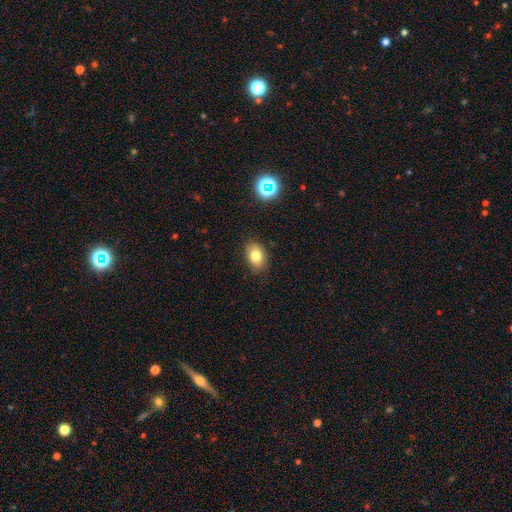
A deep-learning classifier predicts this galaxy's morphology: smooth-or-featured: smooth: 78% | star or artifact: 12% | featured or disk: 10%
  how-rounded: in between: 77% | round: 22% | cigar-shaped: 1%
  merging: none: 85% | minor disturbance: 11% | major disturbance: 2% | merger: 1%